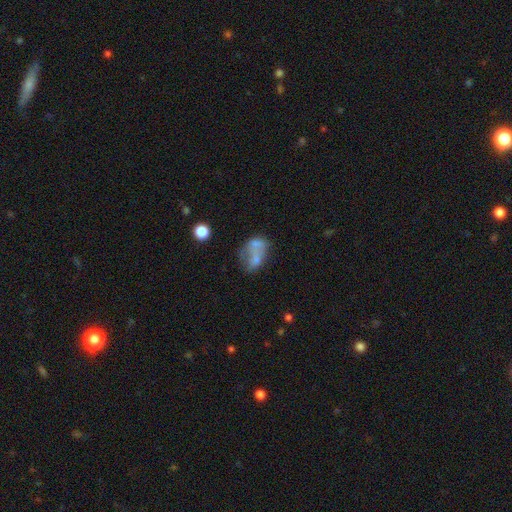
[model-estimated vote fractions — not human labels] Smooth or featured?
  - smooth: 50% *
  - featured or disk: 37%
  - star or artifact: 13%
Merging?
  - merger: 44% *
  - none: 23%
  - major disturbance: 18%
  - minor disturbance: 15%